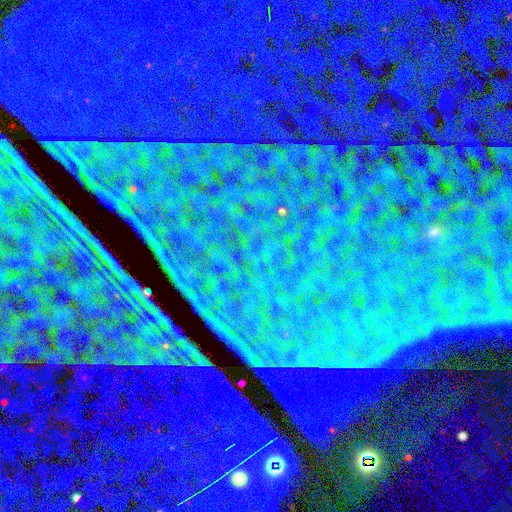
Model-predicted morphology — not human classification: smooth_or_featured: star or artifact (p=0.87) [alt: featured or disk p=0.06]